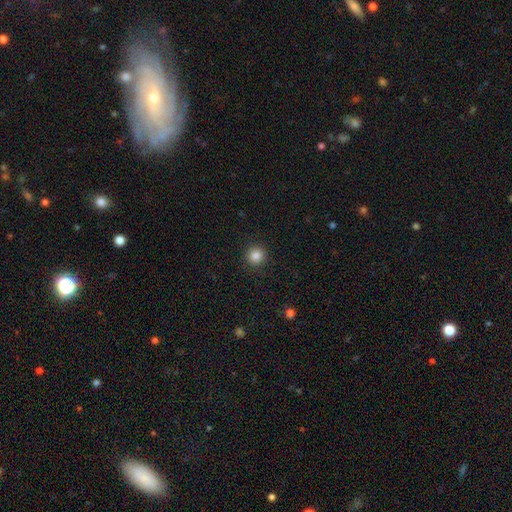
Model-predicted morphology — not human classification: The model was most divided on "smooth or featured": smooth: 86%, star or artifact: 11%, featured or disk: 4%. More confident: how rounded — round (93%); merging — none (91%).